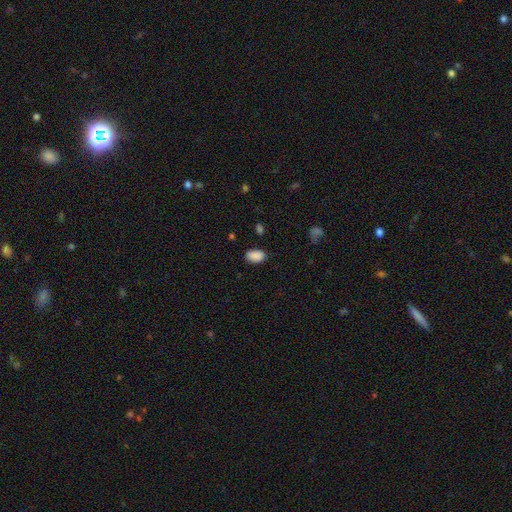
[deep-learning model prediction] A smooth galaxy with no disk features (88%) that is in between round and cigar-shaped (90%). Merging: none (79%).